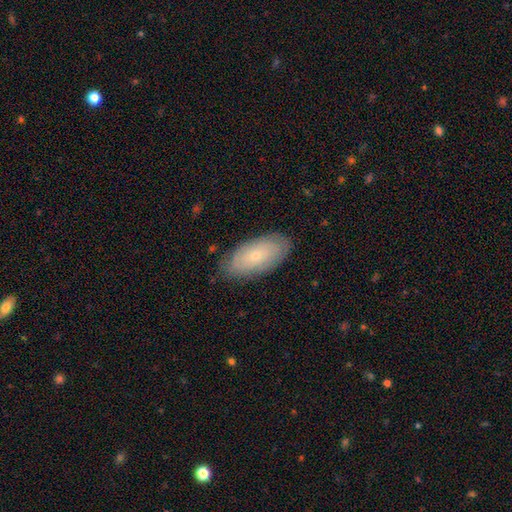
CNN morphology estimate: Smooth or featured? Predicted: featured or disk (p=0.50). Merging? Predicted: none (p=0.81).